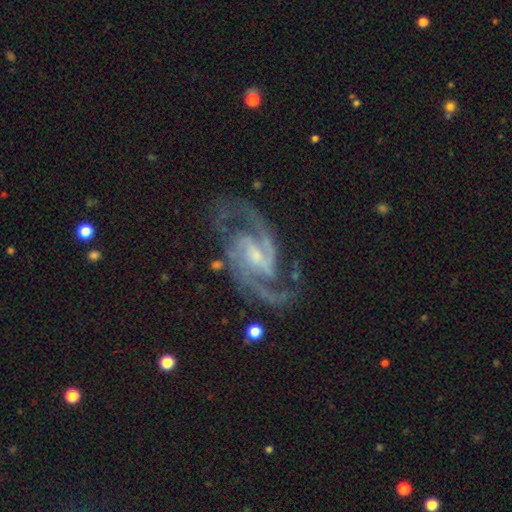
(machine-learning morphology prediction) Q: Smooth or featured?
A: featured or disk (93%); runner-up: star or artifact (4%)
Q: Edge-on disk?
A: no (98%); runner-up: yes (2%)
Q: Bar?
A: weak (51%); runner-up: no (27%)
Q: Spiral arms?
A: yes (99%); runner-up: no (1%)
Q: Spiral winding?
A: medium (63%); runner-up: tight (25%)
Q: Spiral arm count?
A: 2 (78%); runner-up: 3 (12%)
Q: Bulge size?
A: small (62%); runner-up: moderate (25%)
Q: Merging?
A: none (73%); runner-up: minor disturbance (16%)